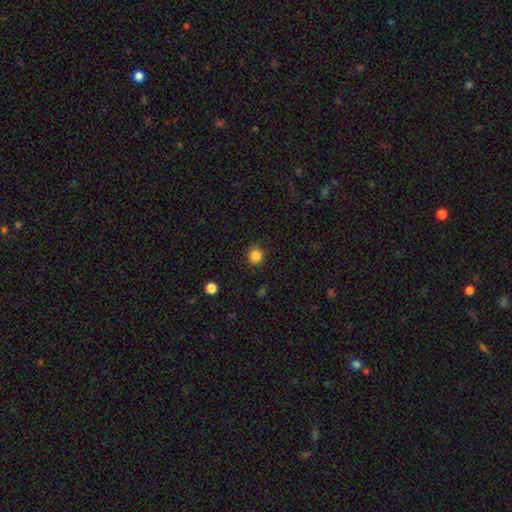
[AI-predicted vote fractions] Smooth or featured?
  - smooth: 85% *
  - star or artifact: 11%
  - featured or disk: 4%
How rounded?
  - round: 85% *
  - in between: 14%
  - cigar-shaped: 1%
Merging?
  - none: 87% *
  - minor disturbance: 9%
  - major disturbance: 3%
  - merger: 1%